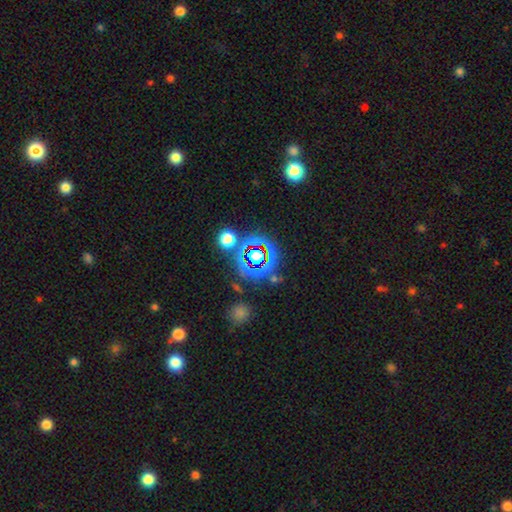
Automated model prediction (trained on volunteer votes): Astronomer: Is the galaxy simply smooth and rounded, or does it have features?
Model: star or artifact — 68%.